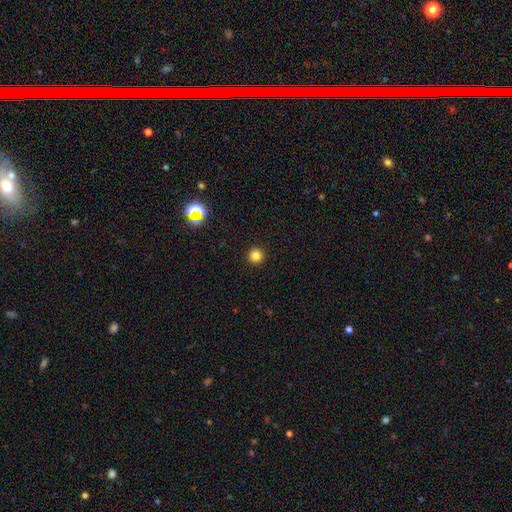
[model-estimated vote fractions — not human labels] smooth-or-featured: smooth: 81% | star or artifact: 14% | featured or disk: 5%
  how-rounded: round: 96% | in between: 3% | cigar-shaped: 1%
  merging: none: 94% | minor disturbance: 4% | major disturbance: 2% | merger: 1%